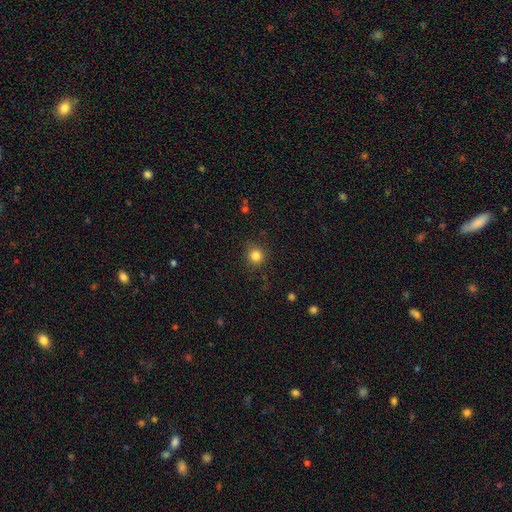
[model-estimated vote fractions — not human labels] Smooth or featured: smooth — 83% (star or artifact — 12%)
How rounded: round — 91% (in between — 8%)
Merging: none — 86% (minor disturbance — 10%)